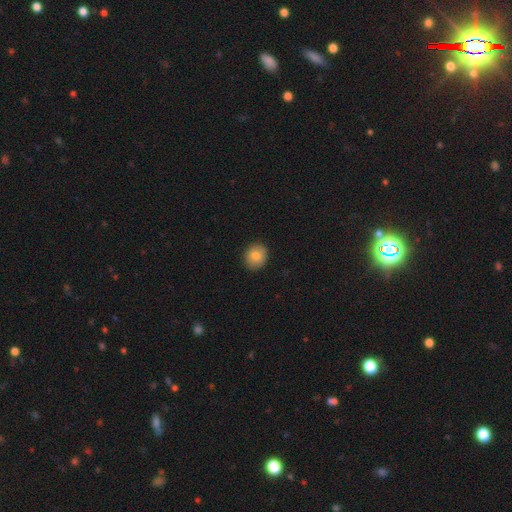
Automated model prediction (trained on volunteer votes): The model was most divided on "how rounded": round: 66%, in between: 33%, cigar-shaped: 1%. More confident: merging — none (89%); smooth or featured — smooth (82%).